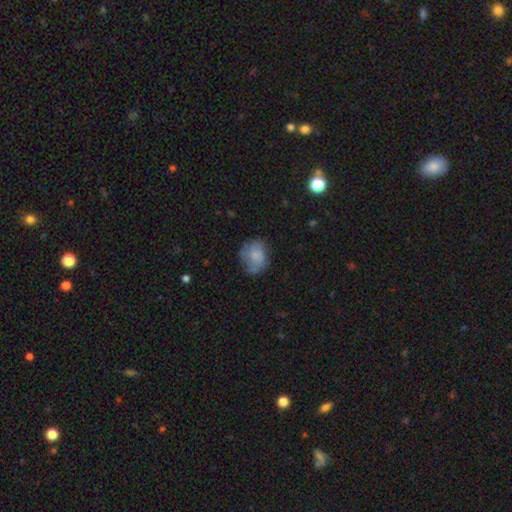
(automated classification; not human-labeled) Smooth or featured?
  - smooth: 70% *
  - featured or disk: 21%
  - star or artifact: 9%
How rounded?
  - round: 51% *
  - in between: 48%
  - cigar-shaped: 1%
Merging?
  - none: 59% *
  - minor disturbance: 27%
  - major disturbance: 12%
  - merger: 2%